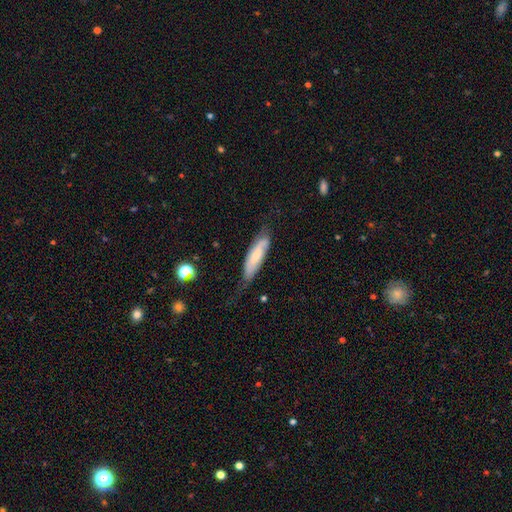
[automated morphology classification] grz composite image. It shows a smooth galaxy with no disk features (53%) that is cigar-shaped (53%). Merging: none (50%).